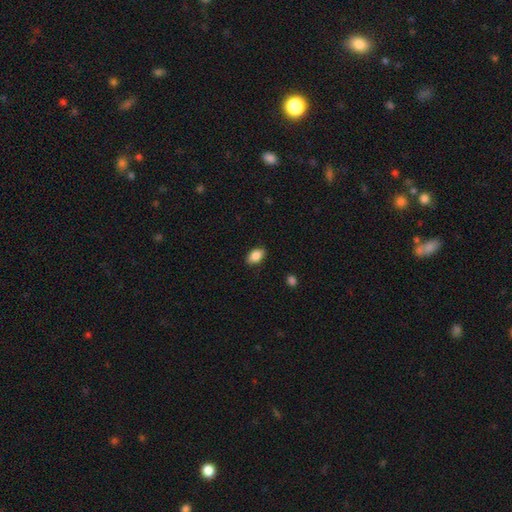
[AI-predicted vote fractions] smooth 86%, star or artifact 7%, featured or disk 6%. Down the decision tree: how rounded — in between (90%); merging — none (87%).